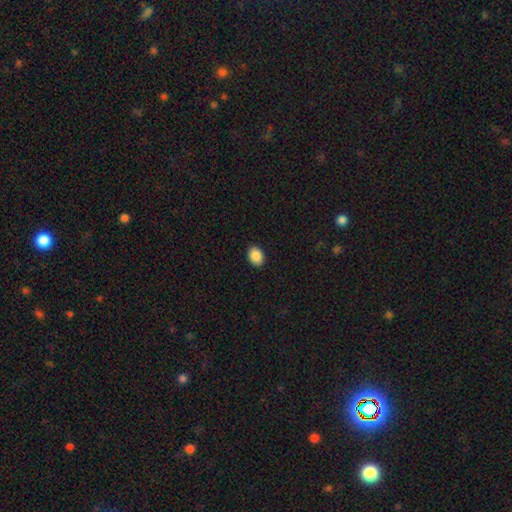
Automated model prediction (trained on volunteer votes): smooth 89%, star or artifact 8%, featured or disk 3%. Down the decision tree: how rounded — in between (66%); merging — none (90%).